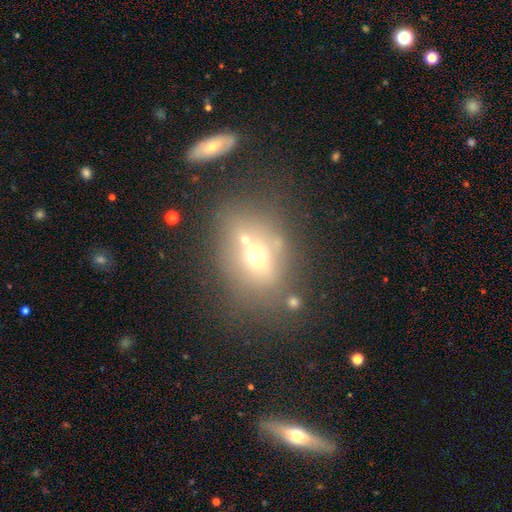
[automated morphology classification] A smooth galaxy with no disk features (56%) that is in between round and cigar-shaped (51%). Merging: none (48%).